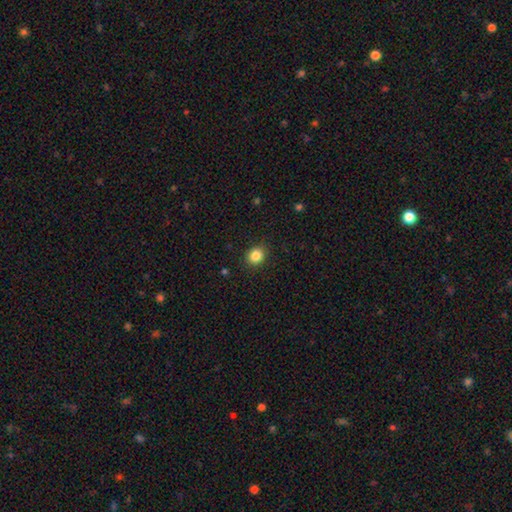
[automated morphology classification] smooth-or-featured: smooth: 85% | star or artifact: 10% | featured or disk: 4%
  how-rounded: round: 71% | in between: 28% | cigar-shaped: 1%
  merging: none: 89% | minor disturbance: 8% | major disturbance: 2% | merger: 1%